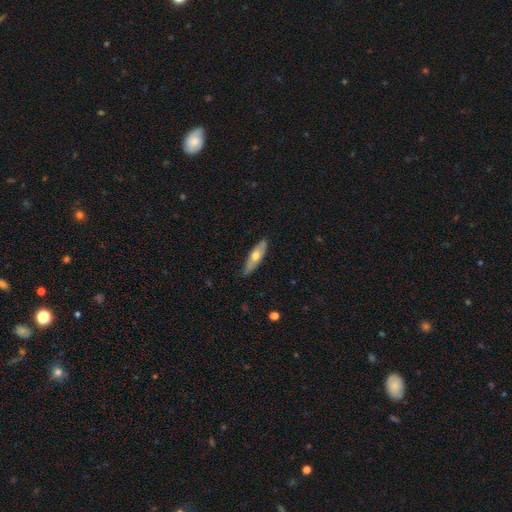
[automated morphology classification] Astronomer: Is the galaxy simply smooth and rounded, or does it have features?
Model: smooth — 54% (runner-up: featured or disk, 41%).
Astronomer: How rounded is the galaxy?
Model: cigar-shaped — 52% (runner-up: in between, 45%).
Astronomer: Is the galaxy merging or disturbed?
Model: none — 78%.